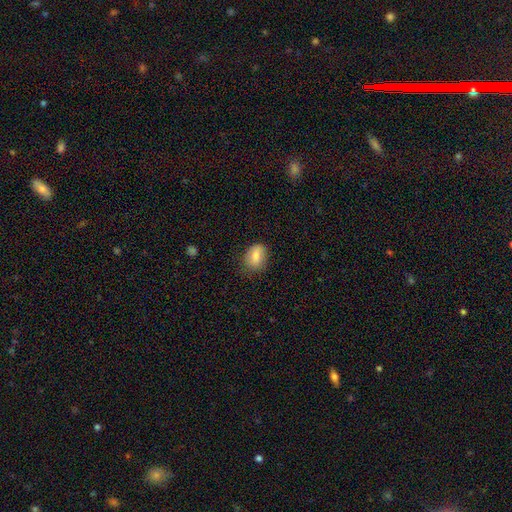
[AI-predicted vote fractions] This appears to be a smooth galaxy with no disk features (79%) that is in between round and cigar-shaped (70%). Merging: none (71%).